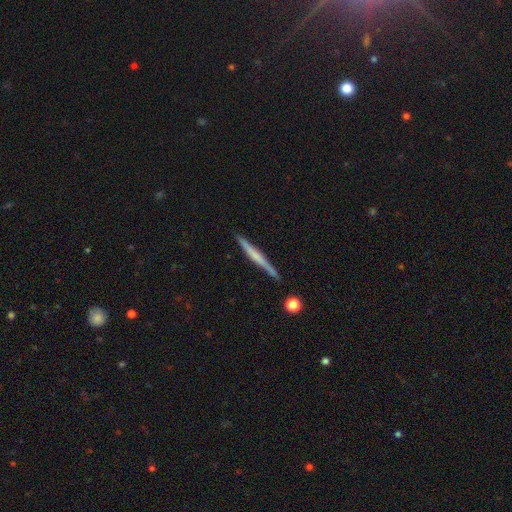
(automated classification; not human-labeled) Q: Smooth or featured?
A: featured or disk (56%); runner-up: smooth (38%)
Q: Edge-on disk?
A: yes (98%); runner-up: no (2%)
Q: Edge-on bulge?
A: none (59%); runner-up: rounded (24%)
Q: Merging?
A: none (88%); runner-up: minor disturbance (9%)